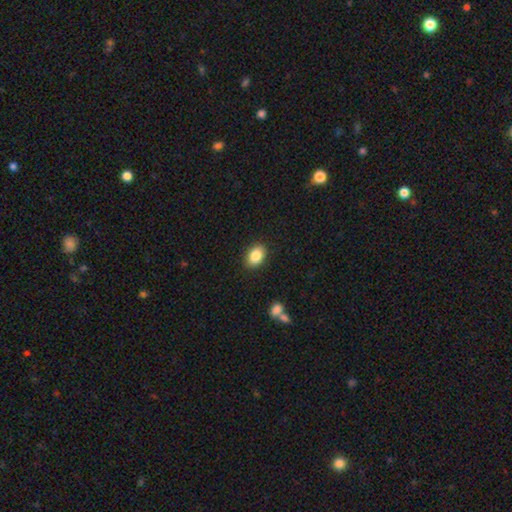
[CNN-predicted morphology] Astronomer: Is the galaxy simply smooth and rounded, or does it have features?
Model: smooth — 86%.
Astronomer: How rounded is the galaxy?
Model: in between — 81%.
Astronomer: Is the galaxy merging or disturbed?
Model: none — 88%.